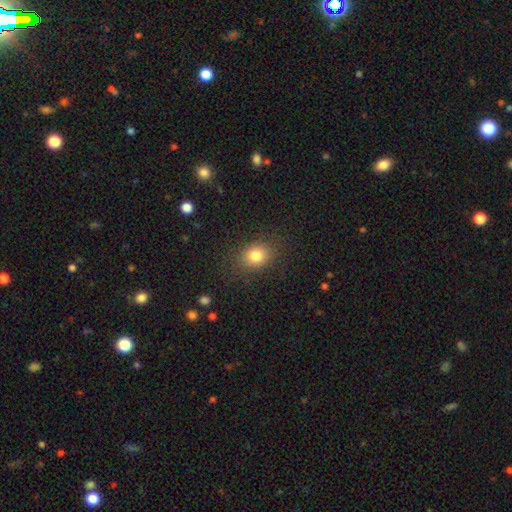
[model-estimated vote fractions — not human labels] Smooth or featured? Predicted: smooth (p=0.81). How rounded? Predicted: round (p=0.52). Merging? Predicted: none (p=0.83).